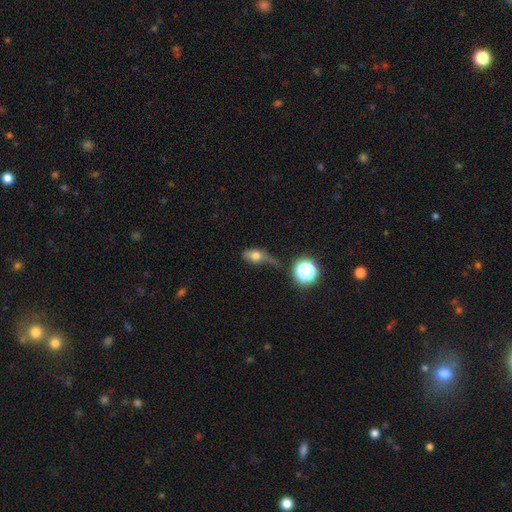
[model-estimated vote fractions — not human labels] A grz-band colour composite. It shows a smooth galaxy with no disk features (64%) that is in between round and cigar-shaped (60%). Merging: major disturbance (37%).